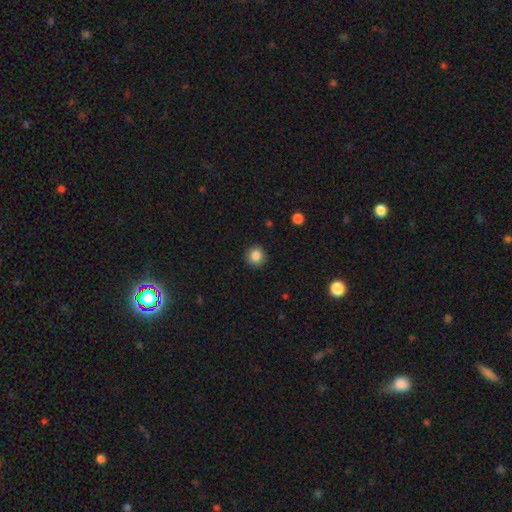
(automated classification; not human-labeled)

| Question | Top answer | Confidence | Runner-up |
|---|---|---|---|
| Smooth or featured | smooth | 86% | star or artifact (10%) |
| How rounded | round | 91% | in between (8%) |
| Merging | none | 90% | minor disturbance (7%) |